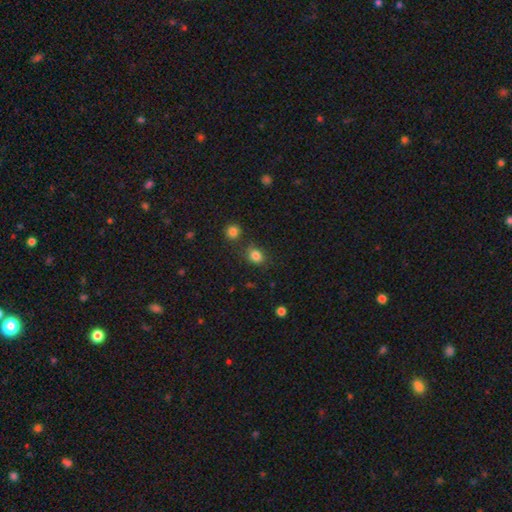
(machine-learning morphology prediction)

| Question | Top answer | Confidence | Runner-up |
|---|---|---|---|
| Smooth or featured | smooth | 82% | star or artifact (13%) |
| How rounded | round | 56% | in between (43%) |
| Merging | none | 73% | minor disturbance (15%) |